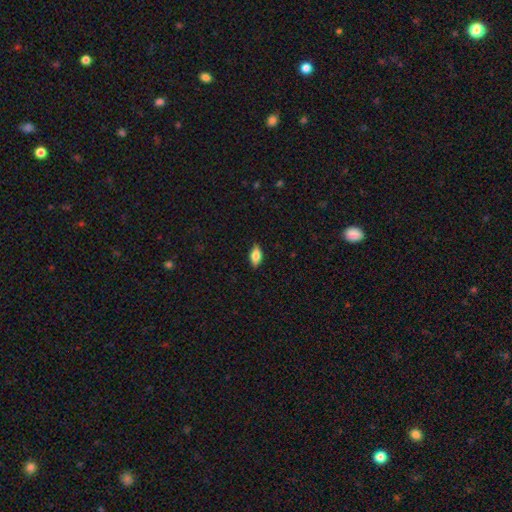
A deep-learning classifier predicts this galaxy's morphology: Smooth or featured?
  - smooth: 74% *
  - featured or disk: 19%
  - star or artifact: 7%
How rounded?
  - in between: 87% *
  - cigar-shaped: 9%
  - round: 4%
Merging?
  - none: 85% *
  - minor disturbance: 12%
  - major disturbance: 2%
  - merger: 1%